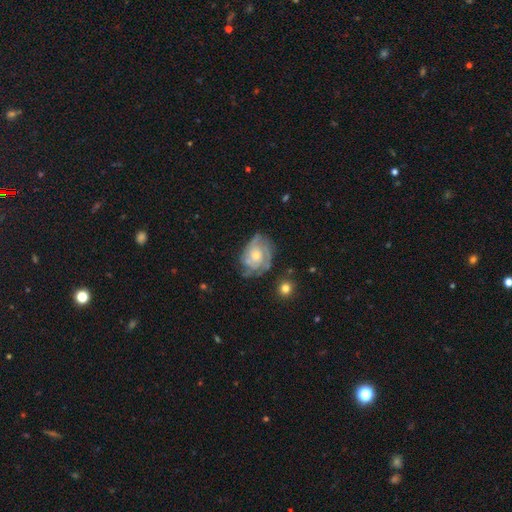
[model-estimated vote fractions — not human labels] featured or disk 79%, smooth 15%, star or artifact 6%. Down the decision tree: edge-on disk — no (97%); bar — no (76%); spiral arms — yes (91%); spiral arm count — can't tell (33%); spiral winding — tight (60%); bulge size — small (53%); merging — none (61%).